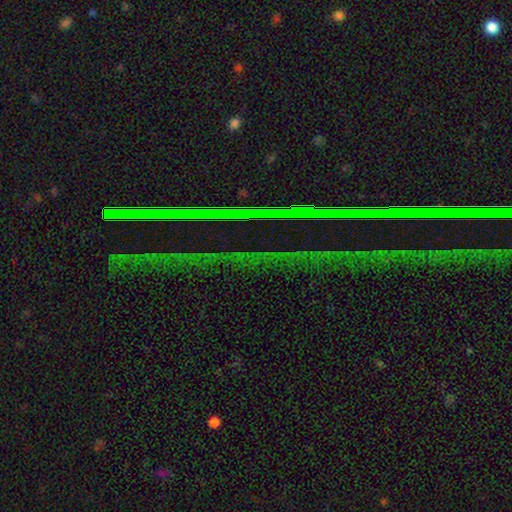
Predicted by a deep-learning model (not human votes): A star or artifact, not a galaxy (76%).

Vote fractions:
- Smooth or featured? star or artifact: 76% / featured or disk: 14% / smooth: 10%